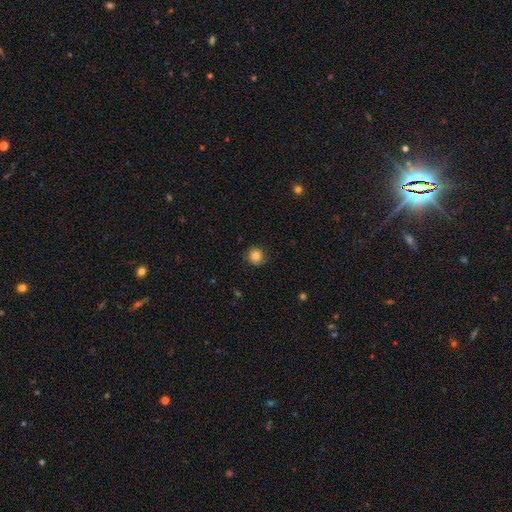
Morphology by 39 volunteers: Smooth or featured? 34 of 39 (87%) said smooth. How rounded? 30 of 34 (88%) said round. Merging? 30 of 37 (81%) said none.